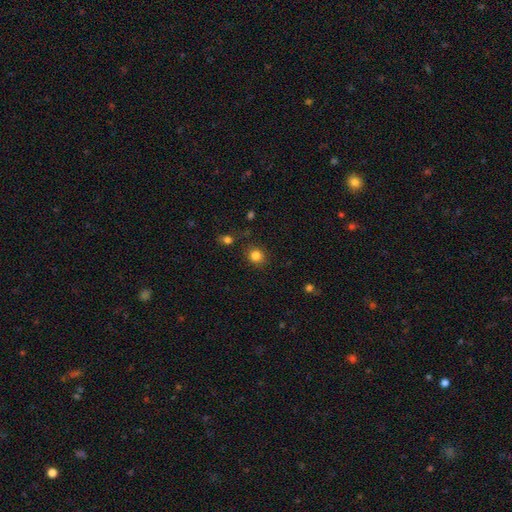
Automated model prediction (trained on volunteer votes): This appears to be a smooth galaxy with no disk features (83%) that is round (83%). Merging: none (85%).